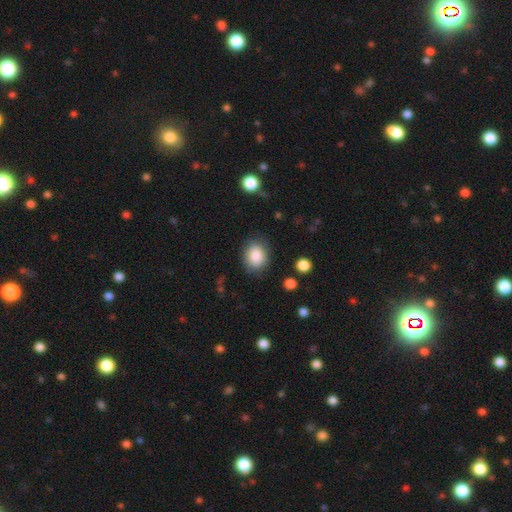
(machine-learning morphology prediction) Smooth or featured? Predicted: smooth (p=0.87). How rounded? Predicted: in between (p=0.53). Merging? Predicted: none (p=0.82).